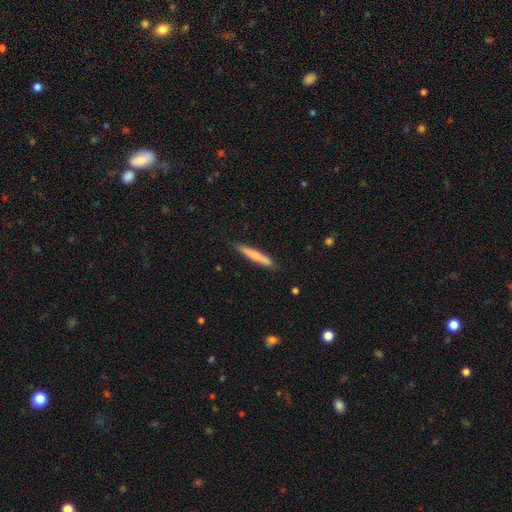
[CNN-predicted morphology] Smooth or featured? smooth (73%)
How rounded? cigar-shaped (95%)
Merging? none (86%)